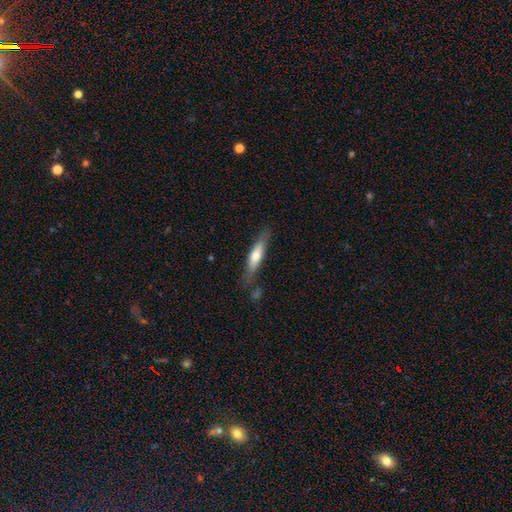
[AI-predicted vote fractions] smooth-or-featured: smooth: 61% | featured or disk: 34% | star or artifact: 6%
  how-rounded: cigar-shaped: 77% | in between: 22% | round: 2%
  merging: none: 74% | minor disturbance: 18% | major disturbance: 5% | merger: 4%